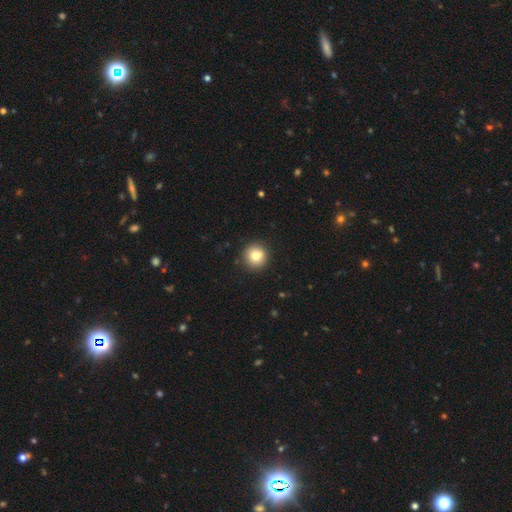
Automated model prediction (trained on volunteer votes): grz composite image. It shows a smooth galaxy with no disk features (82%) that is round (94%). Merging: none (90%).